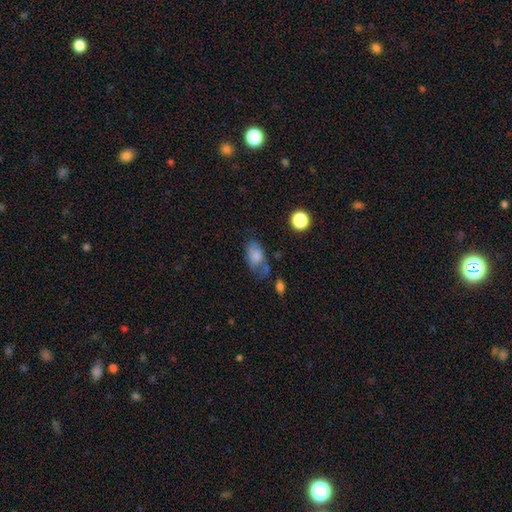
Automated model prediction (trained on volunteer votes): Morphology: type=smooth (76%); roundness=in between (89%); merging=none (46%).